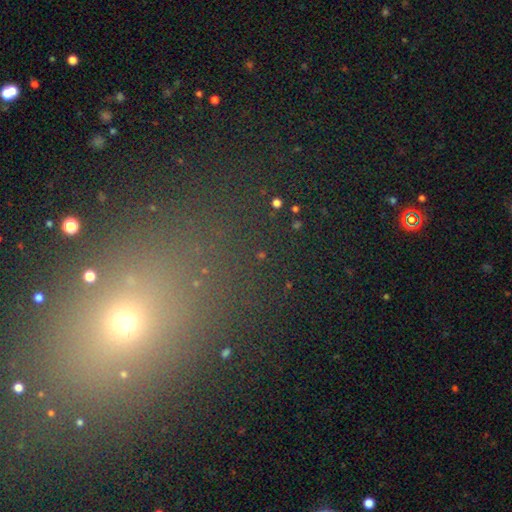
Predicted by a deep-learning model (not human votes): star or artifact 48%, smooth 41%, featured or disk 11%.